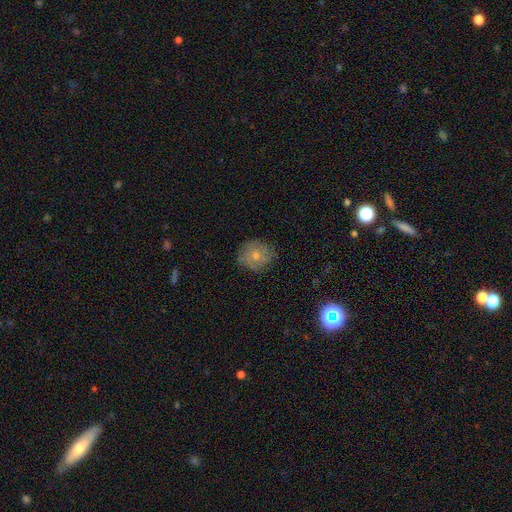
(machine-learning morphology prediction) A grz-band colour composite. It shows a smooth galaxy with no disk features (61%) that is round (81%). Merging: none (74%).